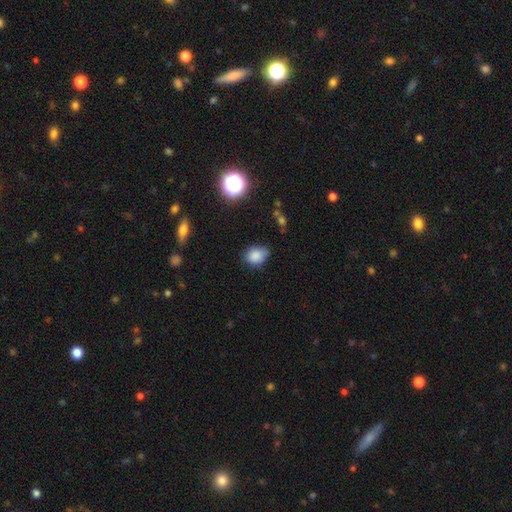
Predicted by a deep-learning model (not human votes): A smooth galaxy with no disk features (82%) that is in between round and cigar-shaped (59%). Merging: none (61%).